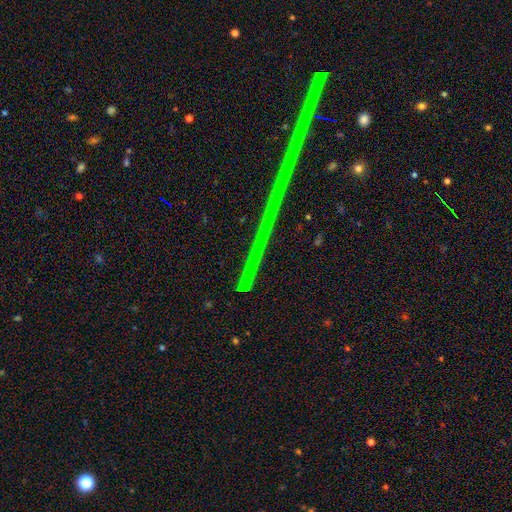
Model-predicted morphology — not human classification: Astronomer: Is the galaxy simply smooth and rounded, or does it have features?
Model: star or artifact — 84%.